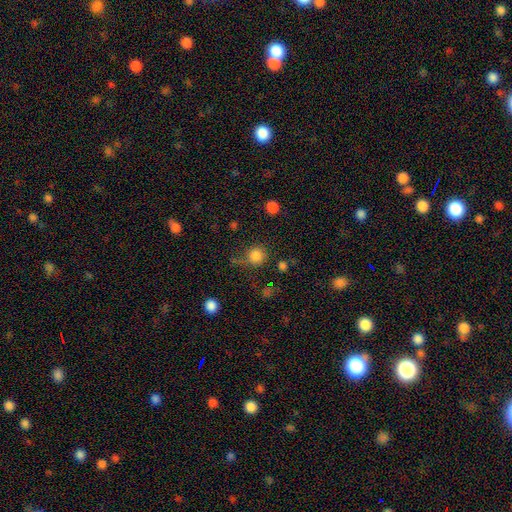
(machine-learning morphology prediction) This appears to be a smooth galaxy with no disk features (83%) that is round (92%). Merging: none (69%).